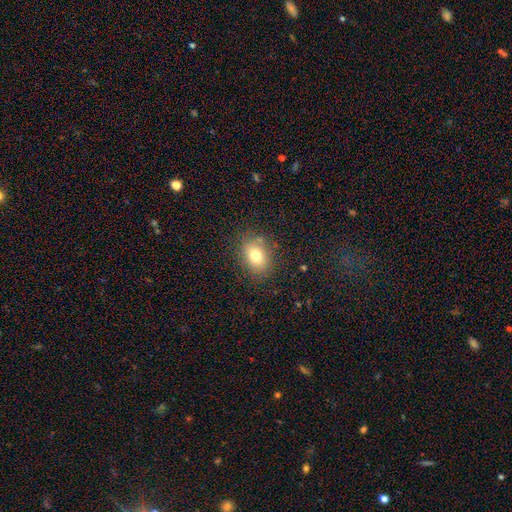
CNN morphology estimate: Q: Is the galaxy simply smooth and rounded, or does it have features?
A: smooth — 76%.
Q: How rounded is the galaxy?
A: in between — 66%.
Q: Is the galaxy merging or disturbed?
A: none — 81%.